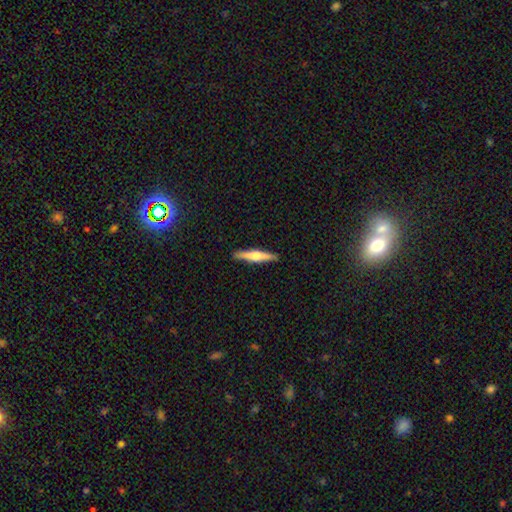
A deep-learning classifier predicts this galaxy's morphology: Q: Smooth or featured?
A: featured or disk (58%); runner-up: smooth (37%)
Q: Edge-on disk?
A: yes (97%); runner-up: no (3%)
Q: Edge-on bulge?
A: rounded (89%); runner-up: boxy (7%)
Q: Merging?
A: none (91%); runner-up: minor disturbance (7%)